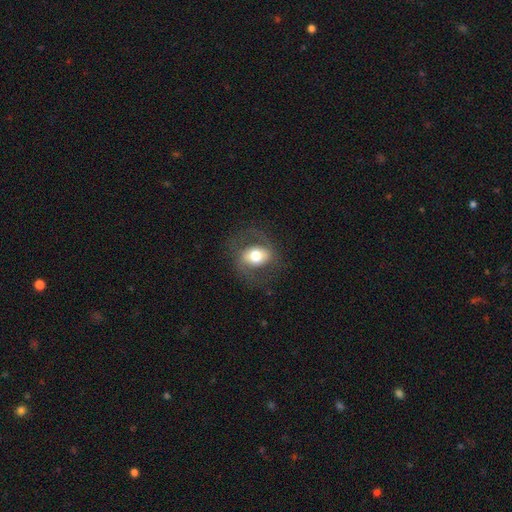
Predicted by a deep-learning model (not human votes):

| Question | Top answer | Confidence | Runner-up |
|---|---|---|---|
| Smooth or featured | featured or disk | 50% | smooth (42%) |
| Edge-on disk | no | 94% | yes (6%) |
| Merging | none | 70% | minor disturbance (16%) |